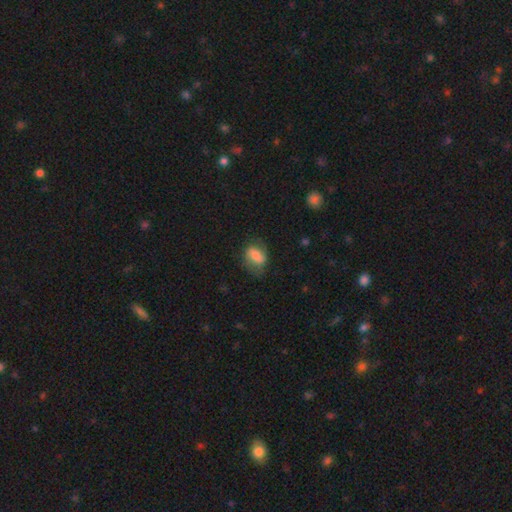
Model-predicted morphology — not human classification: This appears to be a smooth galaxy with no disk features (67%) that is in between round and cigar-shaped (81%). Merging: none (57%).